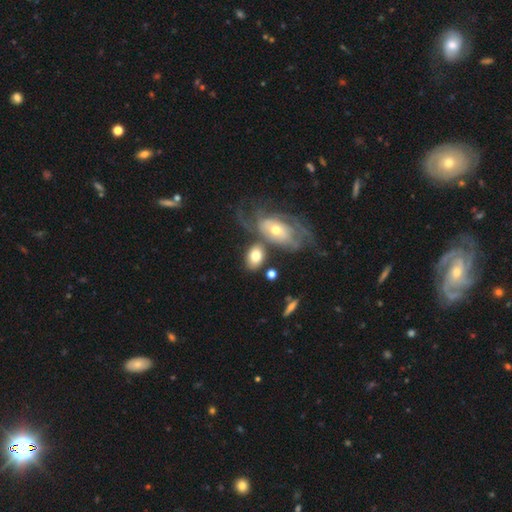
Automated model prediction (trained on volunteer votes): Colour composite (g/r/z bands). It shows a smooth galaxy with no disk features (64%) that is in between round and cigar-shaped (80%). Merging: none (40%).